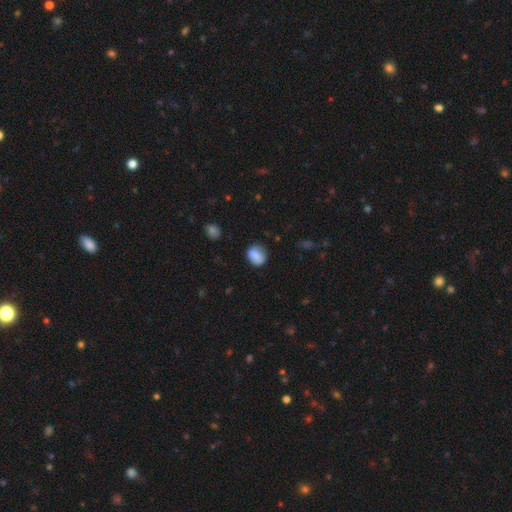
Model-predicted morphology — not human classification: smooth_or_featured: smooth (p=0.81) [alt: featured or disk p=0.11]
how_rounded: round (p=0.54) [alt: in between p=0.45]
merging: none (p=0.72) [alt: minor disturbance p=0.19]